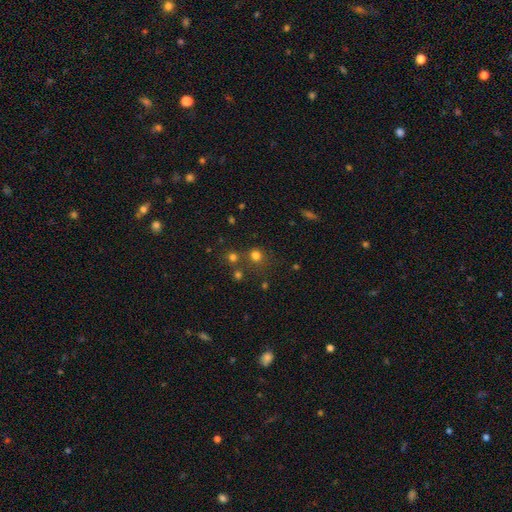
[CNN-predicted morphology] This appears to be a smooth galaxy with no disk features (71%) that is round (87%). Merging: none (69%).